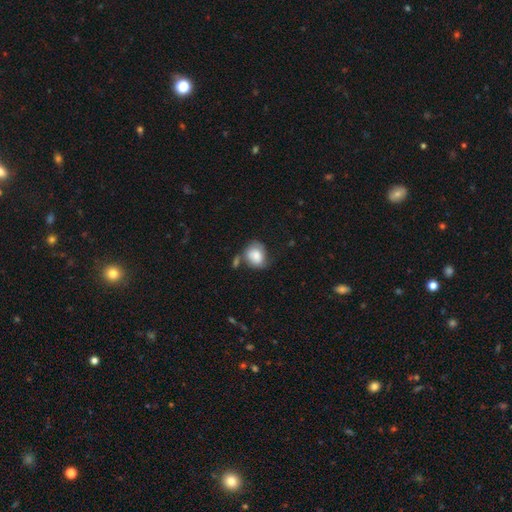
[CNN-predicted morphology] Smooth or featured? Predicted: smooth (p=0.78). How rounded? Predicted: round (p=0.52). Merging? Predicted: none (p=0.45).